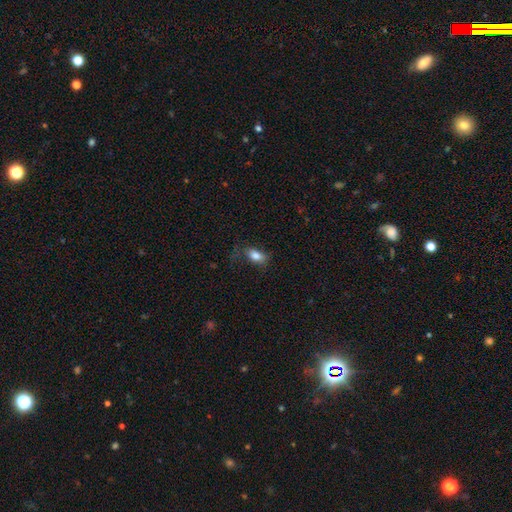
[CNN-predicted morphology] Q: Smooth or featured?
A: smooth (82%); runner-up: featured or disk (9%)
Q: How rounded?
A: in between (87%); runner-up: round (8%)
Q: Merging?
A: none (64%); runner-up: minor disturbance (23%)